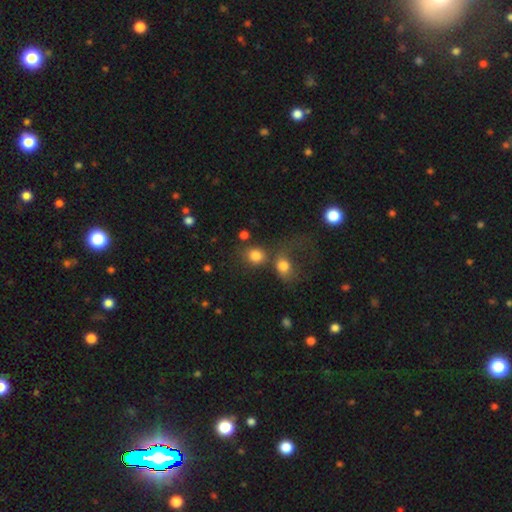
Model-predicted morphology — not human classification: smooth_or_featured: smooth (p=0.82) [alt: star or artifact p=0.11]
how_rounded: round (p=0.75) [alt: in between p=0.24]
merging: none (p=0.47) [alt: merger p=0.35]